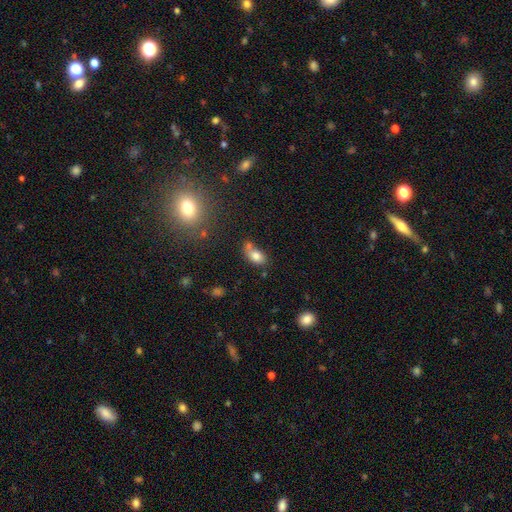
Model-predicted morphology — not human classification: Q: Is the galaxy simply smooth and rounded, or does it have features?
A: smooth — 79%.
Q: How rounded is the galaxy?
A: in between — 84%.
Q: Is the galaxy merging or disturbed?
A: none — 41%.